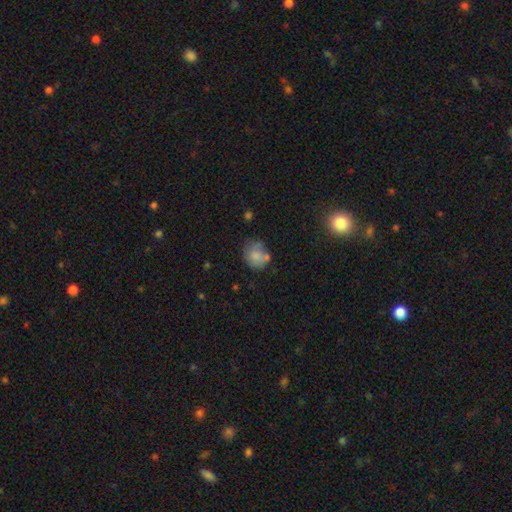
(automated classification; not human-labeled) This appears to be a smooth galaxy with no disk features (72%) that is round (69%). Merging: none (53%).